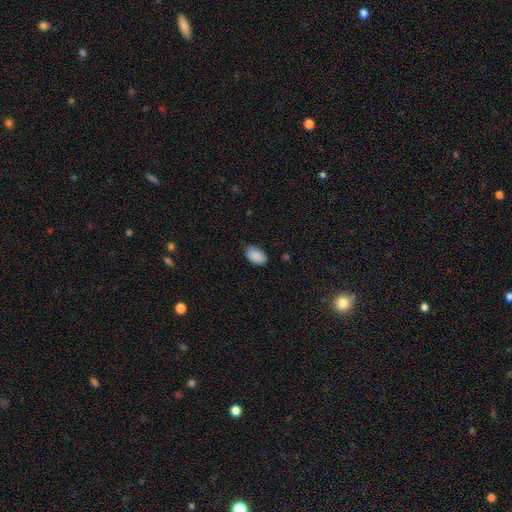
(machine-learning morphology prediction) Smooth or featured: smooth — 90% (star or artifact — 7%)
How rounded: in between — 93% (round — 6%)
Merging: none — 76% (minor disturbance — 20%)